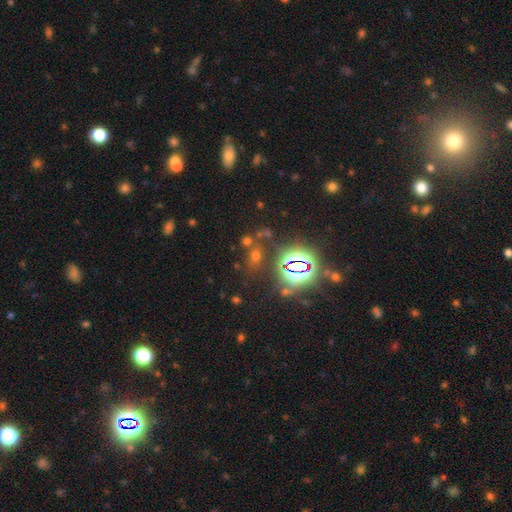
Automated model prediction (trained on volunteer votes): Smooth or featured: star or artifact — 53% (smooth — 38%)